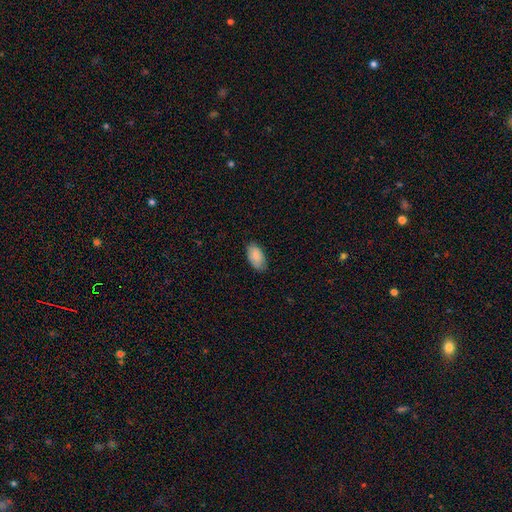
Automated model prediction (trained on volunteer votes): Overall: smooth (87%). How rounded: in between (95%). Merging: none (82%).